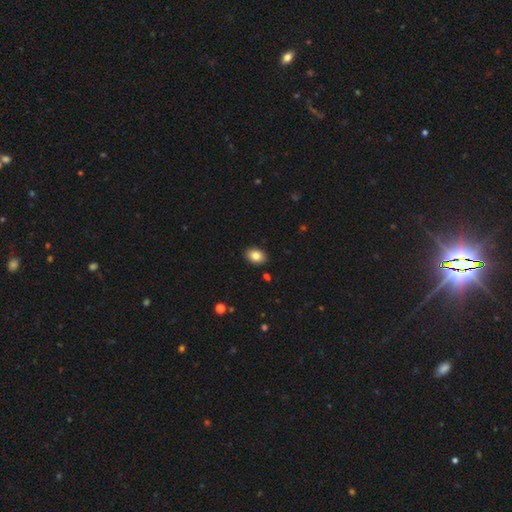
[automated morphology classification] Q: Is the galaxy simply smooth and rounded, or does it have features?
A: smooth — 83%.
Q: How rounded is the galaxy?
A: in between — 73%.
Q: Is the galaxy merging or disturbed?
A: none — 90%.